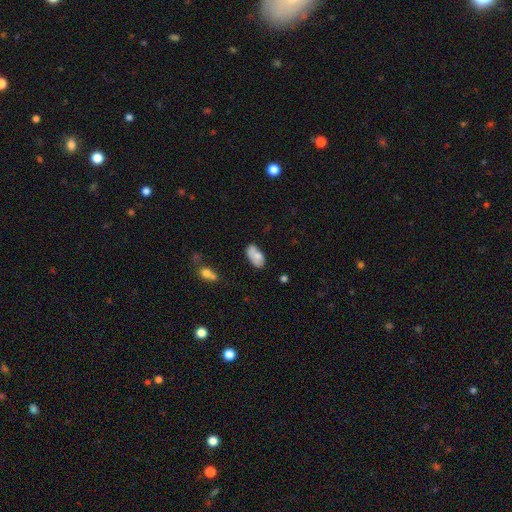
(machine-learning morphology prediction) A smooth galaxy with no disk features (71%) that is in between round and cigar-shaped (93%). Merging: none (54%).